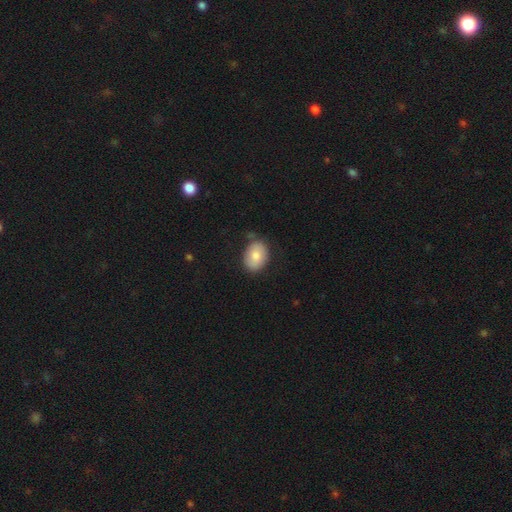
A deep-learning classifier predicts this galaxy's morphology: smooth_or_featured: smooth (p=0.80) [alt: featured or disk p=0.13]
how_rounded: in between (p=0.71) [alt: round p=0.28]
merging: none (p=0.75) [alt: minor disturbance p=0.18]